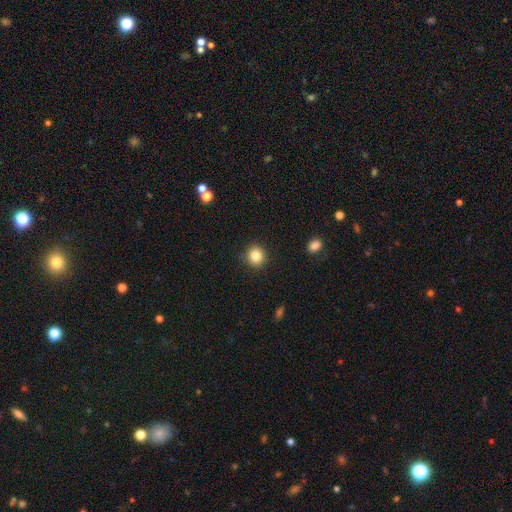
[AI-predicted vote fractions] Q: Smooth or featured?
A: smooth (84%); runner-up: star or artifact (11%)
Q: How rounded?
A: round (88%); runner-up: in between (11%)
Q: Merging?
A: none (90%); runner-up: minor disturbance (7%)